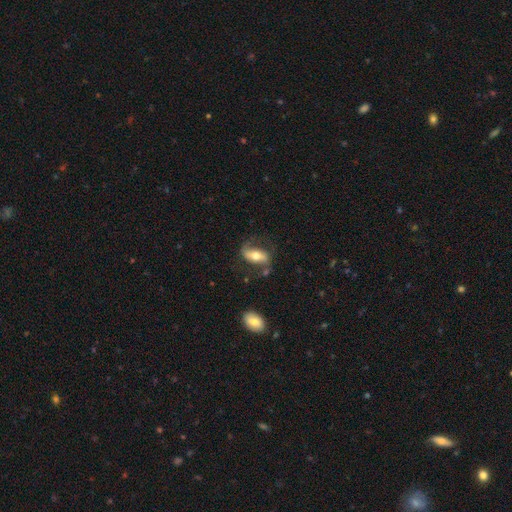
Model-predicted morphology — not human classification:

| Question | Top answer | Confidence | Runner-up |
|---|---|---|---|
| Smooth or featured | featured or disk | 55% | smooth (38%) |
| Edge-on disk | no | 84% | yes (16%) |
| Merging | none | 61% | minor disturbance (20%) |